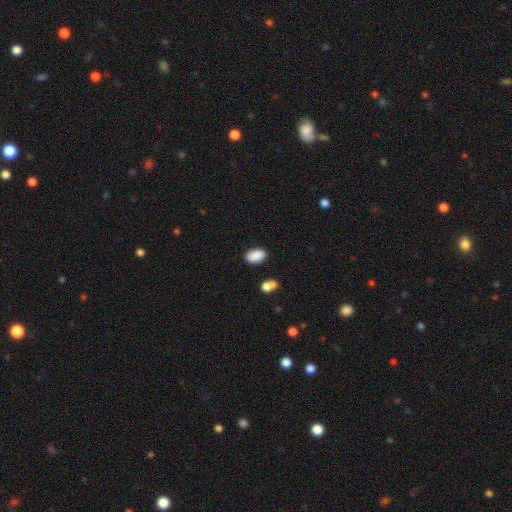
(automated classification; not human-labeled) Q: Smooth or featured?
A: smooth (89%); runner-up: star or artifact (8%)
Q: How rounded?
A: in between (91%); runner-up: round (8%)
Q: Merging?
A: none (84%); runner-up: minor disturbance (10%)